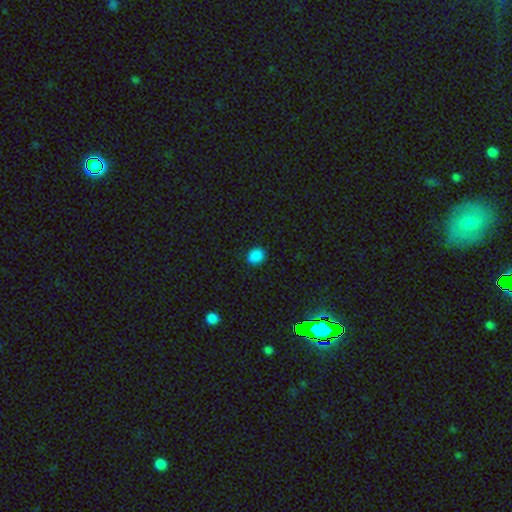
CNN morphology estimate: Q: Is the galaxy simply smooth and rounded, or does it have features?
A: smooth — 85%.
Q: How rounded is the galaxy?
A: round — 67%.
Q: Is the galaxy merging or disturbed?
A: none — 89%.